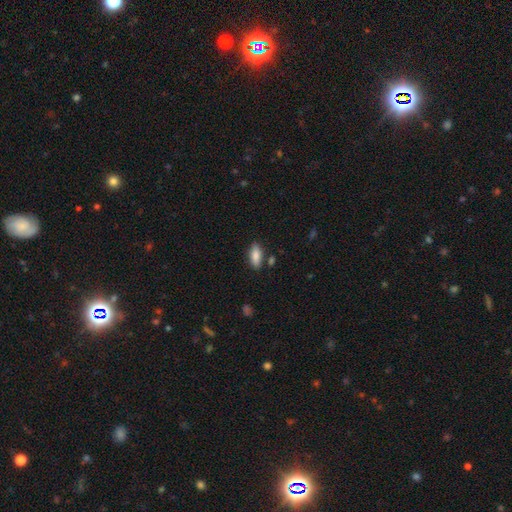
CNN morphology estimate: smooth 85%, featured or disk 9%, star or artifact 6%. Down the decision tree: how rounded — in between (76%); merging — none (82%).